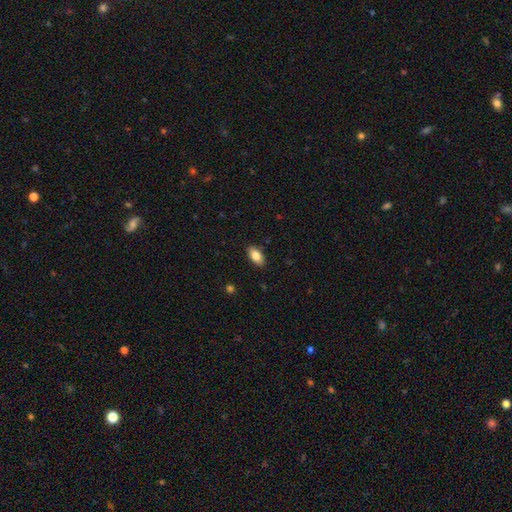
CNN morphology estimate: A smooth galaxy with no disk features (82%) that is in between round and cigar-shaped (91%).

Vote fractions:
- Smooth or featured? smooth: 82% / featured or disk: 11% / star or artifact: 7%
- How rounded? in between: 91% / cigar-shaped: 5% / round: 4%
- Merging? none: 89% / minor disturbance: 9% / major disturbance: 2% / merger: 1%